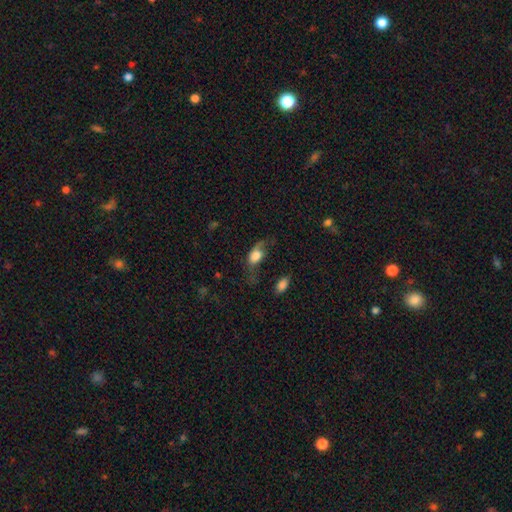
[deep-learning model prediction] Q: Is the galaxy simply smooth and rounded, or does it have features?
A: smooth — 69%.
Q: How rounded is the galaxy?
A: in between — 83%.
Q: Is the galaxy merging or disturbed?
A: major disturbance — 40%.